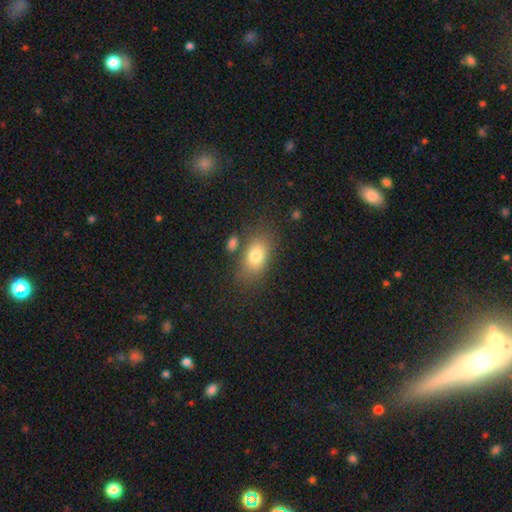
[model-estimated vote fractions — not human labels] A smooth galaxy with no disk features (78%) that is in between round and cigar-shaped (85%).

Vote fractions:
- Smooth or featured? smooth: 78% / featured or disk: 13% / star or artifact: 9%
- How rounded? in between: 85% / round: 12% / cigar-shaped: 3%
- Merging? none: 73% / minor disturbance: 14% / merger: 8% / major disturbance: 5%